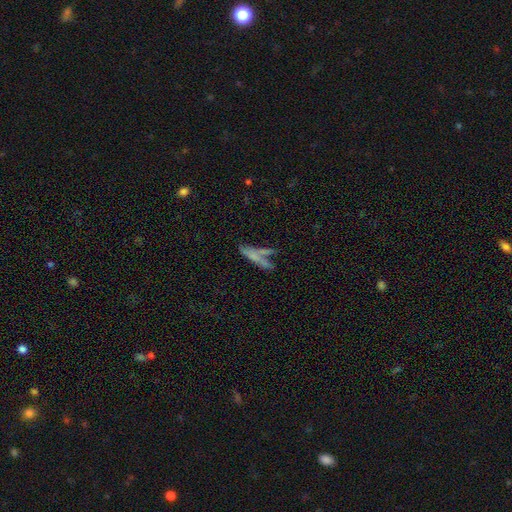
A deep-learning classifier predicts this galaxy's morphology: type=smooth (56%); roundness=cigar-shaped (77%); merging=none (41%).